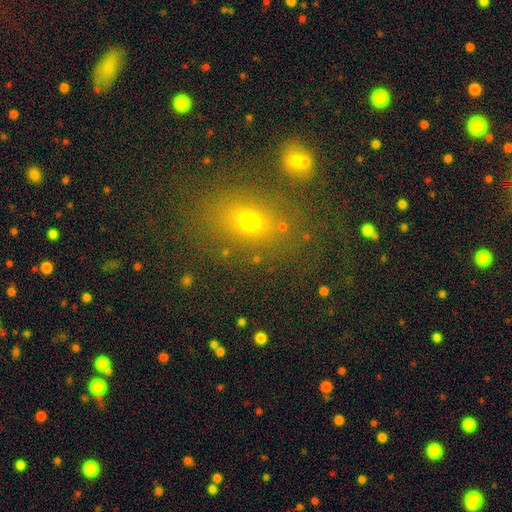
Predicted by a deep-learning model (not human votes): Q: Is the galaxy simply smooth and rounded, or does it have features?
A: smooth — 51%.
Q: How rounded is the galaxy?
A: in between — 62%.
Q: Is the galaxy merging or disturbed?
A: none — 78%.